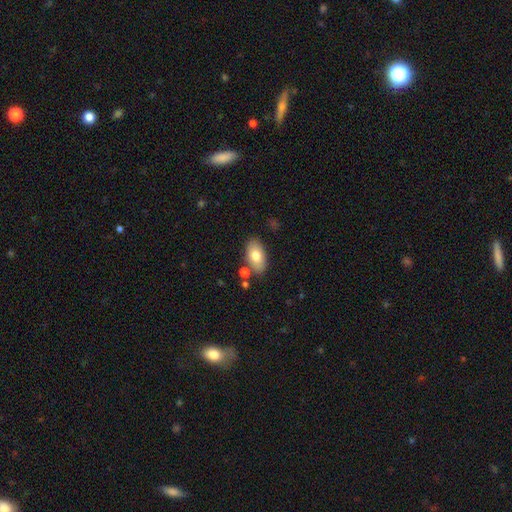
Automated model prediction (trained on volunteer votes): Smooth or featured? Predicted: smooth (p=0.75). How rounded? Predicted: in between (p=0.93). Merging? Predicted: none (p=0.79).